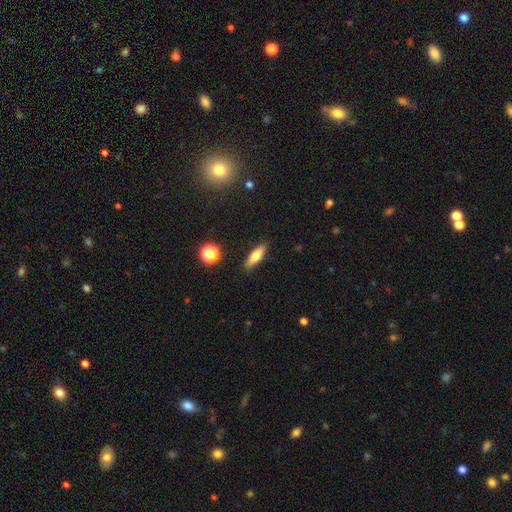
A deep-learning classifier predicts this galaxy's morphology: smooth_or_featured: smooth (p=0.68) [alt: featured or disk p=0.24]
how_rounded: cigar-shaped (p=0.54) [alt: in between p=0.42]
merging: none (p=0.88) [alt: minor disturbance p=0.08]